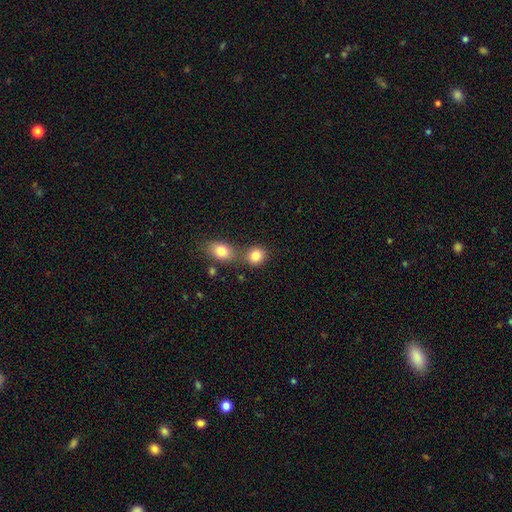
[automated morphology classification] Smooth or featured?
  - smooth: 84% *
  - star or artifact: 9%
  - featured or disk: 6%
How rounded?
  - round: 74% *
  - in between: 25%
  - cigar-shaped: 1%
Merging?
  - none: 60% *
  - merger: 28%
  - minor disturbance: 9%
  - major disturbance: 3%